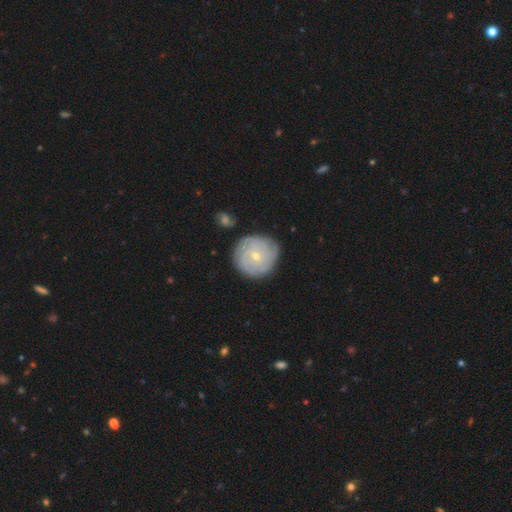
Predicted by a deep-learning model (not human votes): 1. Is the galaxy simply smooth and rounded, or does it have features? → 70% featured or disk, 24% smooth, 7% star or artifact.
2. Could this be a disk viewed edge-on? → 98% no, 2% yes.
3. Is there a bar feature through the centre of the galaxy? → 68% no, 27% weak, 5% strong.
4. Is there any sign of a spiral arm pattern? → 88% yes, 12% no.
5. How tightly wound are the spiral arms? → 79% tight, 16% medium, 5% loose.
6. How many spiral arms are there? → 43% can't tell, 16% 4, 15% 3, 11% 2, 8% more than 4, 7% 1.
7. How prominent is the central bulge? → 68% small, 29% moderate, 1% large, 1% none, 1% dominant.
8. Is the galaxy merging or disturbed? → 82% none, 12% minor disturbance, 3% major disturbance, 3% merger.